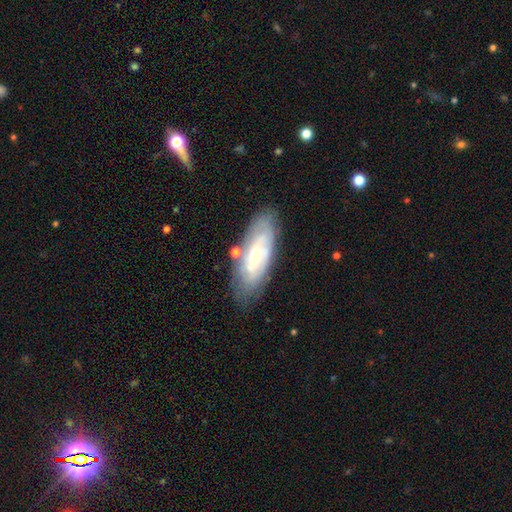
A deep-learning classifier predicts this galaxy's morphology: A featured or disk galaxy (66%) with no bar (63%), spiral arms (76%) and a small central bulge (55%). Merging: none (74%).